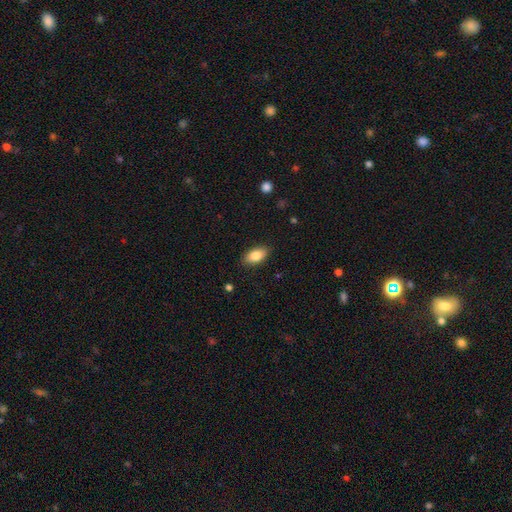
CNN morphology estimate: This appears to be a smooth galaxy with no disk features (85%) that is in between round and cigar-shaped (91%). Merging: none (86%).